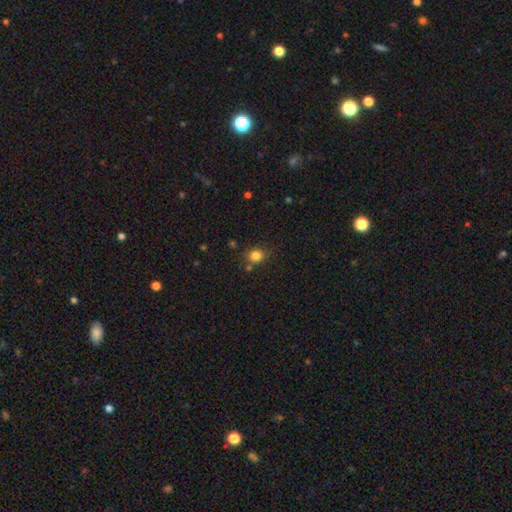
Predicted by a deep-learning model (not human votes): smooth 82%, star or artifact 12%, featured or disk 5%. Down the decision tree: how rounded — round (77%); merging — none (73%).